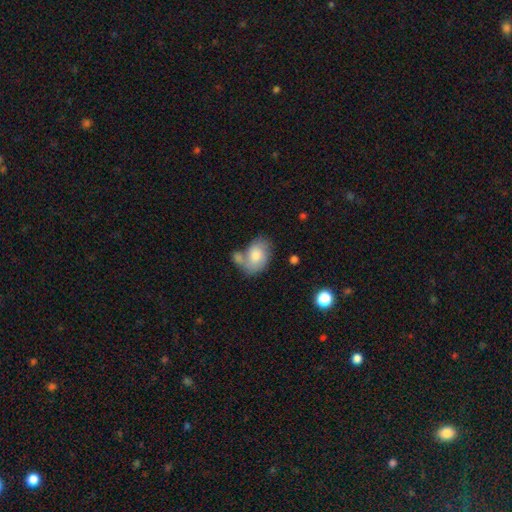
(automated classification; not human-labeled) A smooth galaxy with no disk features (73%) that is in between round and cigar-shaped (82%).

Vote fractions:
- Smooth or featured? smooth: 73% / featured or disk: 20% / star or artifact: 6%
- How rounded? in between: 82% / round: 17% / cigar-shaped: 1%
- Merging? none: 37% / merger: 34% / minor disturbance: 20% / major disturbance: 9%